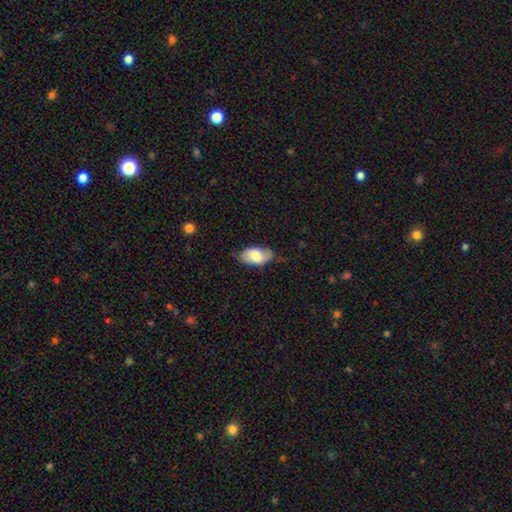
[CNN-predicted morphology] smooth 73%, featured or disk 20%, star or artifact 6%. Down the decision tree: how rounded — in between (94%); merging — none (68%).